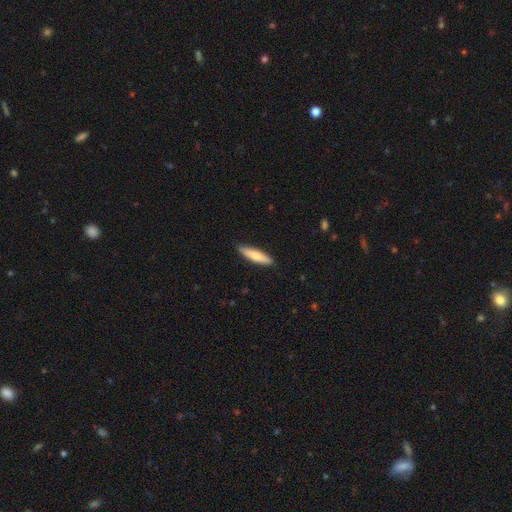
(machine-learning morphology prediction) Q: Smooth or featured?
A: smooth (73%); runner-up: featured or disk (22%)
Q: How rounded?
A: cigar-shaped (77%); runner-up: in between (22%)
Q: Merging?
A: none (90%); runner-up: minor disturbance (8%)